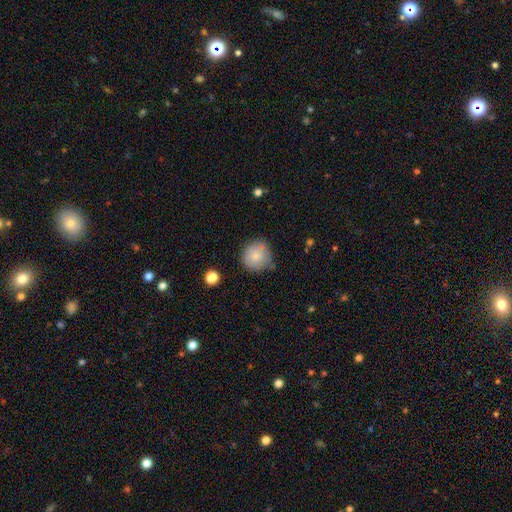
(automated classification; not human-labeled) This appears to be a smooth galaxy with no disk features (81%) that is round (89%). Merging: none (64%).